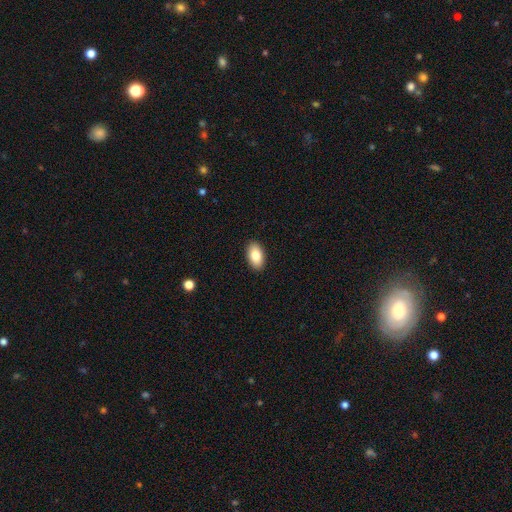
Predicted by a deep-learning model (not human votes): Q: Smooth or featured?
A: smooth (83%); runner-up: featured or disk (10%)
Q: How rounded?
A: in between (94%); runner-up: round (4%)
Q: Merging?
A: none (91%); runner-up: minor disturbance (7%)